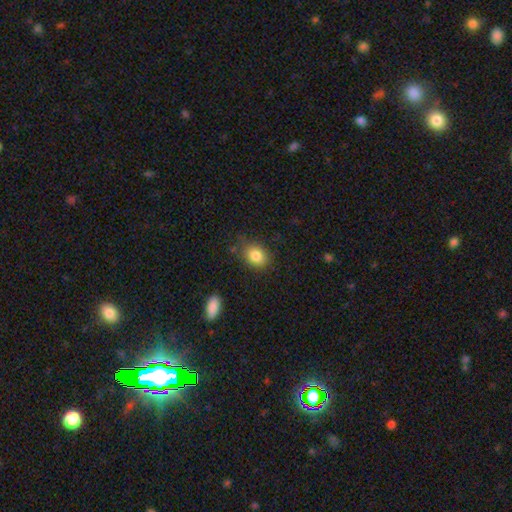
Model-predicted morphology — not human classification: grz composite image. It shows a smooth galaxy with no disk features (85%) that is in between round and cigar-shaped (56%). Merging: none (73%).